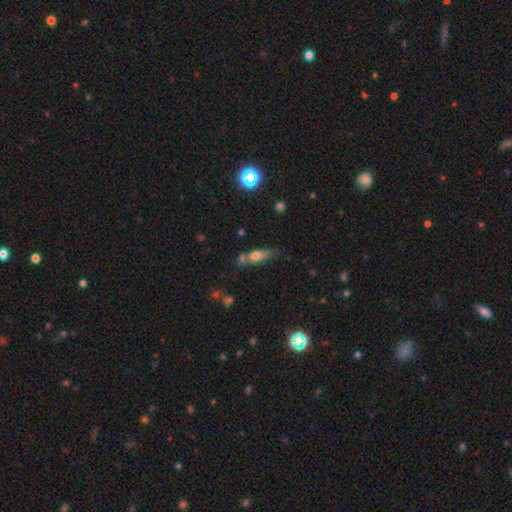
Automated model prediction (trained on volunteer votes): Overall: smooth (62%; featured or disk 26%). How rounded: in between (50%; cigar-shaped 44%). Merging: none (42%; merger 25%).